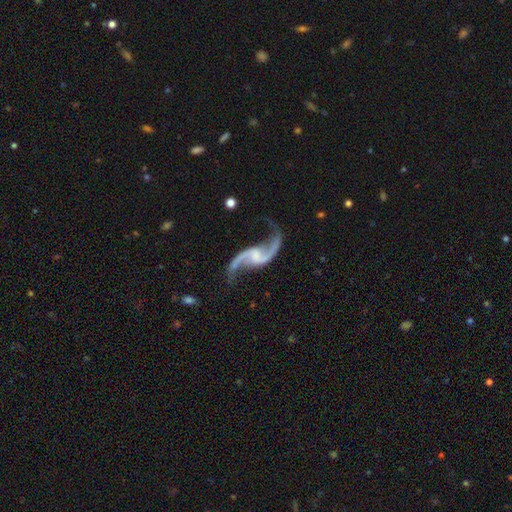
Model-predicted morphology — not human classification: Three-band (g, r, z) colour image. It shows a featured or disk galaxy (92%) with a weak bar (42%, tied with no), 2 (94%) loose (88%) spiral arms (97%) and no central bulge (46%). Merging: none (75%).